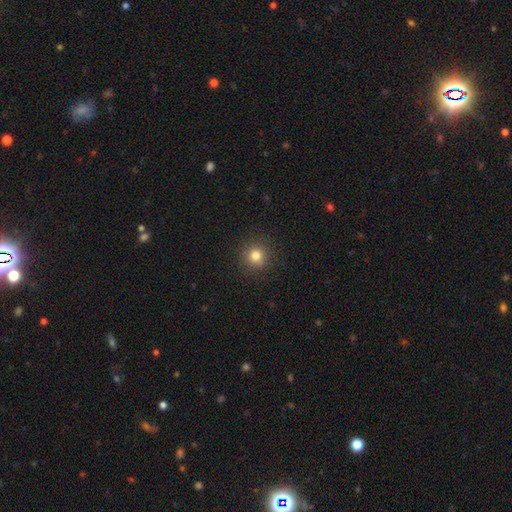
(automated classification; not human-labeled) Smooth or featured? Predicted: smooth (p=0.80). How rounded? Predicted: round (p=0.93). Merging? Predicted: none (p=0.90).